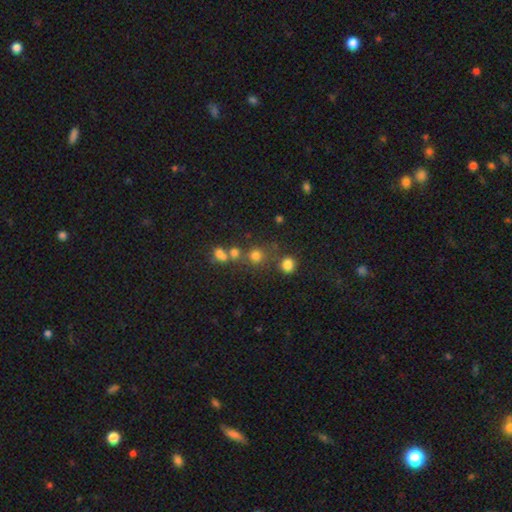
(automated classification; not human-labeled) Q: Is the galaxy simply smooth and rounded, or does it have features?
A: smooth — 73%.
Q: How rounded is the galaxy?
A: round — 87%.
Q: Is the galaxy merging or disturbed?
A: none — 62%.